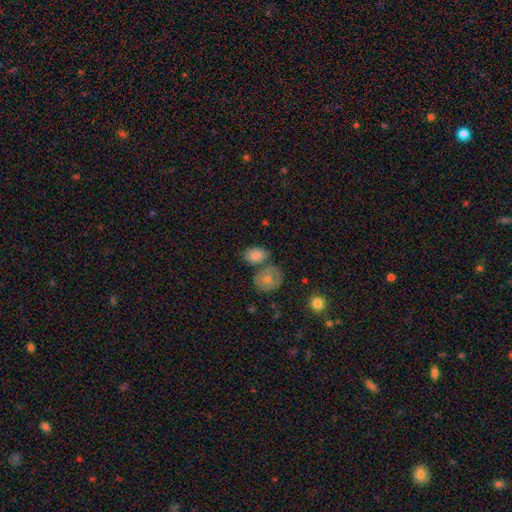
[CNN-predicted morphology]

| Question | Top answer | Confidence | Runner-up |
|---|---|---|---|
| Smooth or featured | smooth | 79% | featured or disk (13%) |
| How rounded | in between | 74% | round (24%) |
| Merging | none | 52% | merger (27%) |